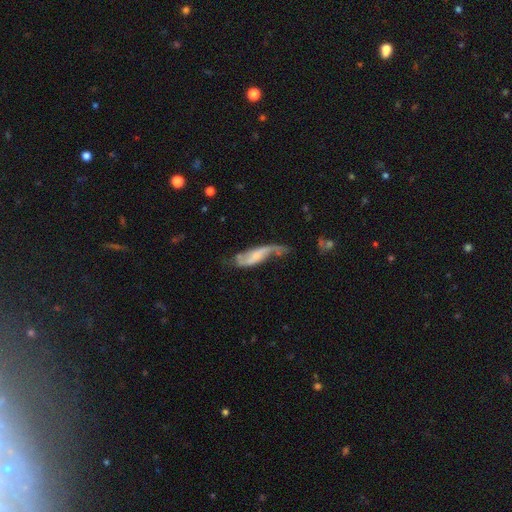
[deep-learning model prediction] Smooth or featured?
  - featured or disk: 66% *
  - smooth: 28%
  - star or artifact: 6%
Edge-on disk?
  - no: 84% *
  - yes: 16%
Bar?
  - no: 51% *
  - weak: 36%
  - strong: 13%
Spiral arms?
  - yes: 86% *
  - no: 14%
Bulge size?
  - small: 40% *
  - none: 31%
  - moderate: 23%
  - large: 4%
  - dominant: 2%
Merging?
  - none: 33% *
  - major disturbance: 30%
  - minor disturbance: 29%
  - merger: 8%